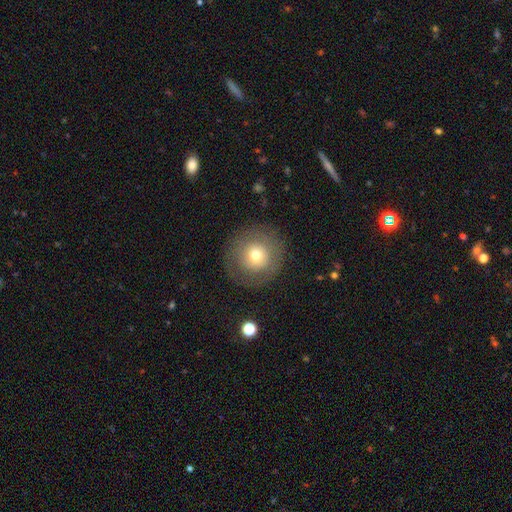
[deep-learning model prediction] smooth-or-featured: smooth: 65% | featured or disk: 24% | star or artifact: 11%
  how-rounded: round: 95% | in between: 4% | cigar-shaped: 1%
  merging: none: 84% | minor disturbance: 9% | major disturbance: 6% | merger: 1%